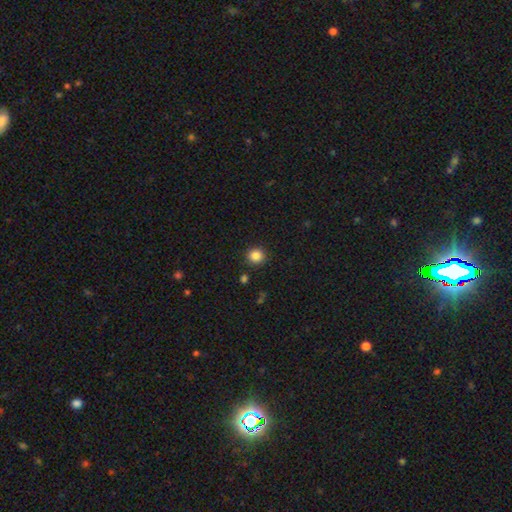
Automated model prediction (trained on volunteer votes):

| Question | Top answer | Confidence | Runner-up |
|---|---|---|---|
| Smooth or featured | smooth | 85% | star or artifact (11%) |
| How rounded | round | 91% | in between (8%) |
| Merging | none | 90% | minor disturbance (6%) |